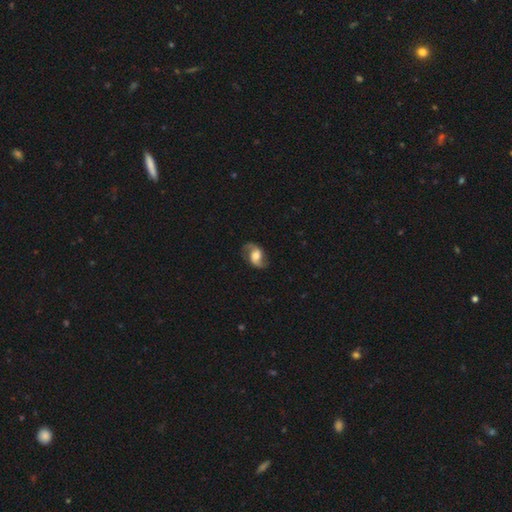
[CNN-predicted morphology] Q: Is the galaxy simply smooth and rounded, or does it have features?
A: featured or disk — 78%.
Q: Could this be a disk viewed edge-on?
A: no — 97%.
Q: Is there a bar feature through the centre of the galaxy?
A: no — 44%.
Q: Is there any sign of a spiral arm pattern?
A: yes — 94%.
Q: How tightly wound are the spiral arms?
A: loose — 54%.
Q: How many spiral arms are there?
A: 2 — 93%.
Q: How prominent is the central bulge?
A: large — 40%.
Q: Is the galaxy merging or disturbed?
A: none — 78%.